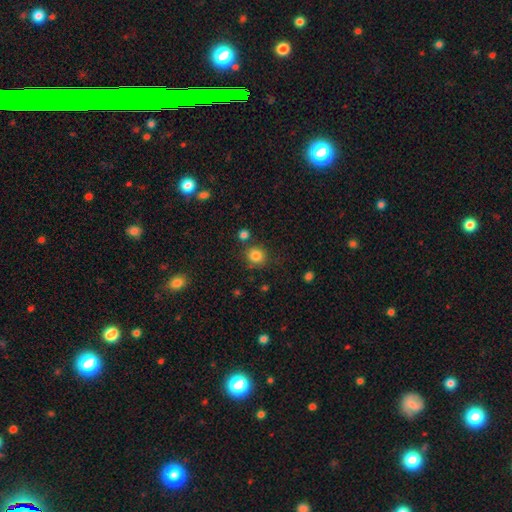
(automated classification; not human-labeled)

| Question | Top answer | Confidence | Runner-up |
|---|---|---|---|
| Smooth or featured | smooth | 83% | star or artifact (12%) |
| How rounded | round | 86% | in between (13%) |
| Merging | none | 78% | minor disturbance (10%) |